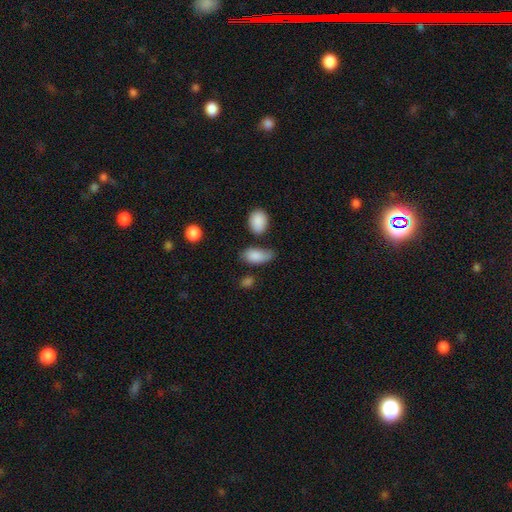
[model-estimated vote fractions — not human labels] A smooth galaxy with no disk features (85%) that is in between round and cigar-shaped (91%).

Vote fractions:
- Smooth or featured? smooth: 85% / featured or disk: 7% / star or artifact: 7%
- How rounded? in between: 91% / round: 5% / cigar-shaped: 4%
- Merging? none: 51% / minor disturbance: 31% / major disturbance: 9% / merger: 9%